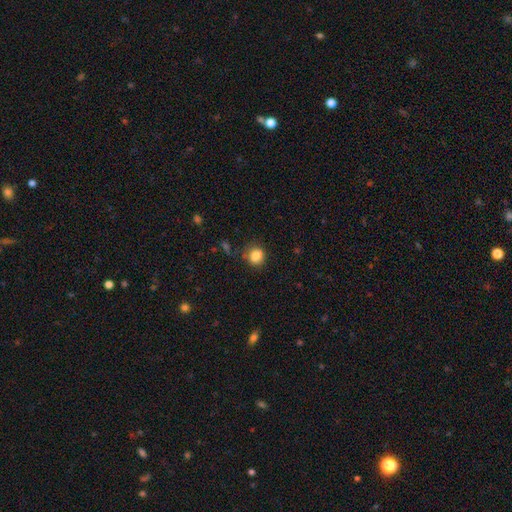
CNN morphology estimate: The model was most divided on "how rounded": round: 80%, in between: 19%, cigar-shaped: 1%. More confident: smooth or featured — smooth (85%); merging — none (77%).